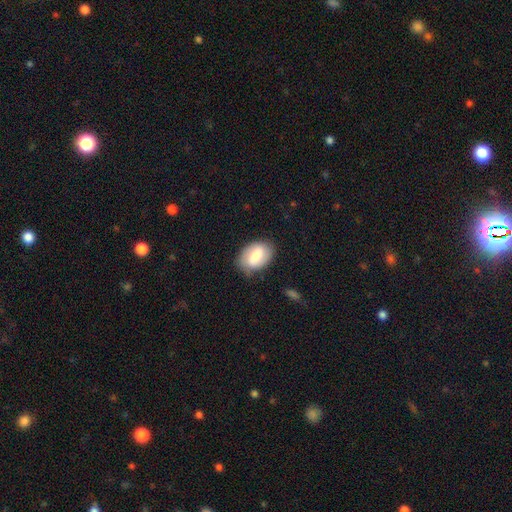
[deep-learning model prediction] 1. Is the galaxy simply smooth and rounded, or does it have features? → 61% smooth, 32% featured or disk, 7% star or artifact.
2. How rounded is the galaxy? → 85% in between, 14% round, 1% cigar-shaped.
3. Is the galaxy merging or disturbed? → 76% none, 18% minor disturbance, 5% major disturbance, 1% merger.